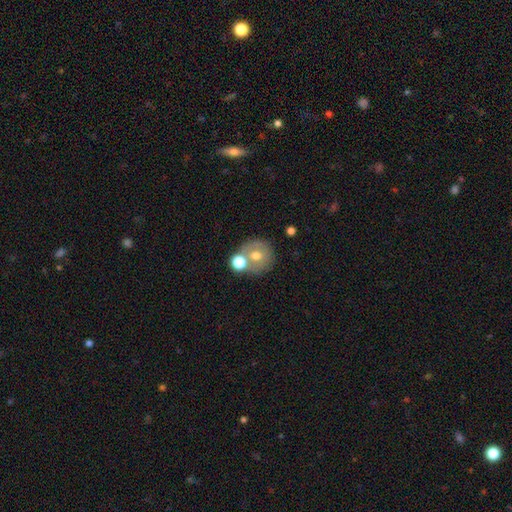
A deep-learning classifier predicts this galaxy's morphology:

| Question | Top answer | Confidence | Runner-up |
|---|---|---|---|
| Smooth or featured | smooth | 61% | featured or disk (28%) |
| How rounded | round | 86% | in between (13%) |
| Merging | none | 54% | merger (31%) |